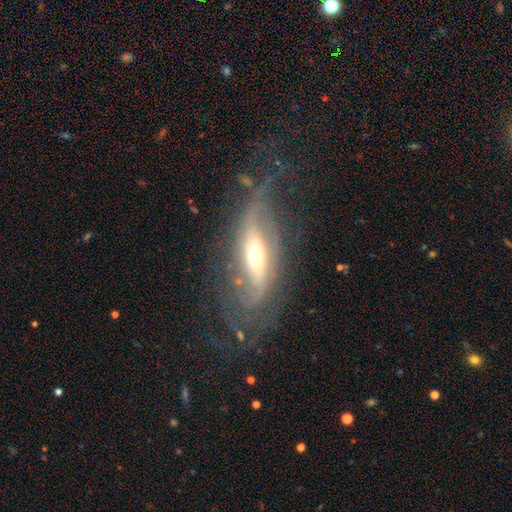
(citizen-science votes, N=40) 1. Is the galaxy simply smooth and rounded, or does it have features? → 98% featured or disk, 2% smooth, 0% star or artifact.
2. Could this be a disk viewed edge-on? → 90% no, 10% yes.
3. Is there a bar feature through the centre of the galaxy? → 54% strong, 37% weak, 9% no.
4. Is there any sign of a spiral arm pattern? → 89% yes, 11% no.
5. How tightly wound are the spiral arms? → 68% loose, 16% tight, 16% medium.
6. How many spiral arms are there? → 74% 2, 13% can't tell, 6% more than 4, 3% 3, 3% 4, 0% 1.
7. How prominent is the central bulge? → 63% moderate, 23% small, 11% large, 3% dominant, 0% none.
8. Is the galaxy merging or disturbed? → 55% none, 25% major disturbance, 15% minor disturbance, 5% merger.